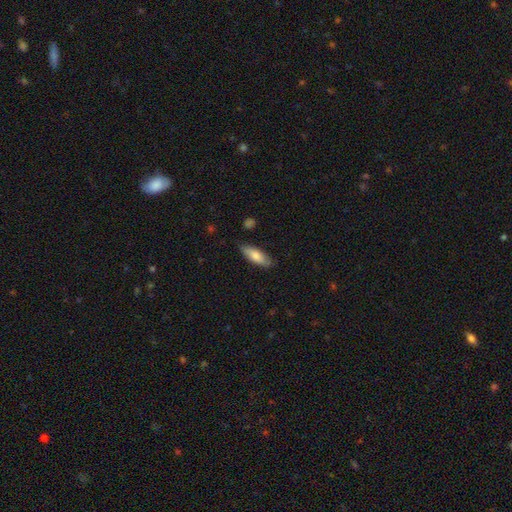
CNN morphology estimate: Smooth or featured? smooth (78%)
How rounded? in between (63%)
Merging? none (81%)